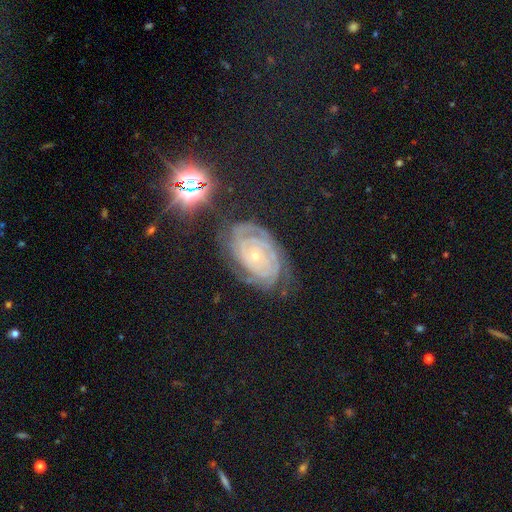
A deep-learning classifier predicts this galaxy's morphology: featured or disk 85%, star or artifact 9%, smooth 6%. Down the decision tree: edge-on disk — no (97%); bar — no (80%); spiral arms — yes (97%); spiral arm count — 2 (30%); spiral winding — tight (85%); bulge size — small (83%); merging — none (73%).